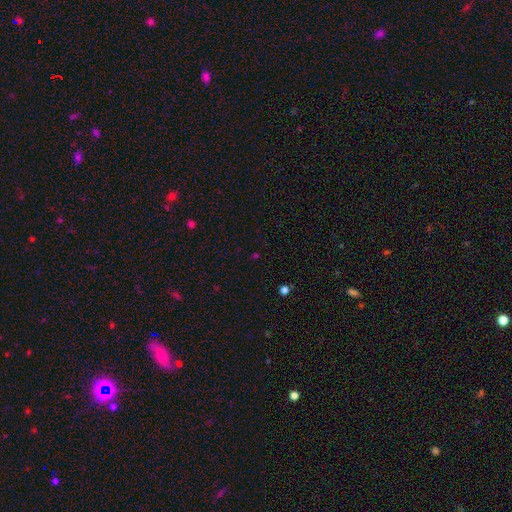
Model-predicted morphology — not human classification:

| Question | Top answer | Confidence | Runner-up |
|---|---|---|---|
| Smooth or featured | star or artifact | 61% | smooth (33%) |